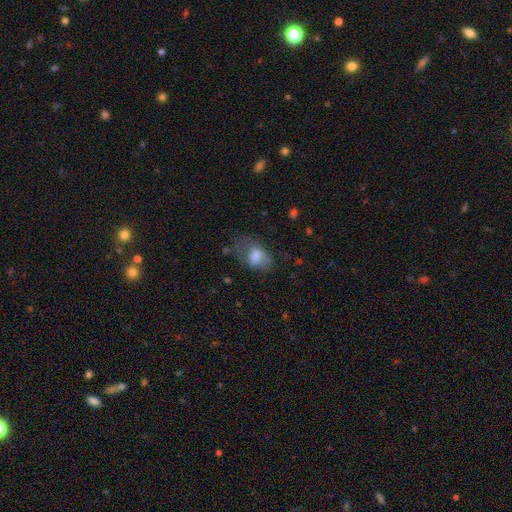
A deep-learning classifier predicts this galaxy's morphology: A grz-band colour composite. It shows a smooth galaxy with no disk features (67%) that is in between round and cigar-shaped (82%). Merging: none (41%).